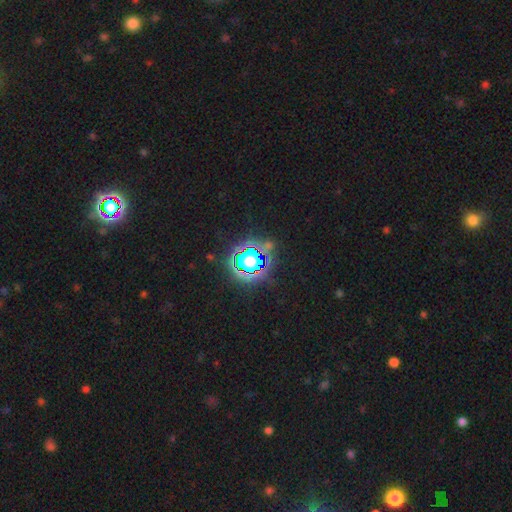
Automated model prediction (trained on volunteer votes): Overall: star or artifact (79%).